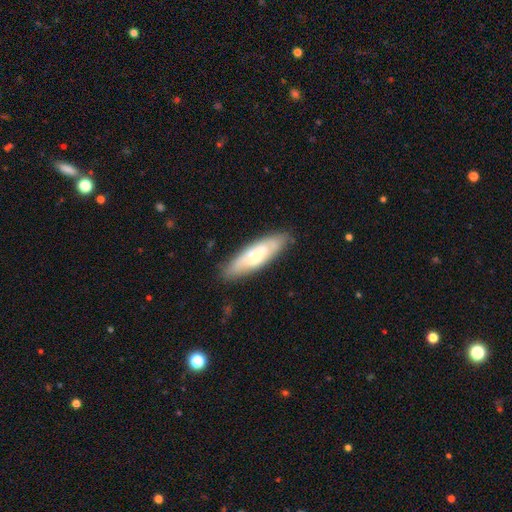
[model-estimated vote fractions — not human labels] A smooth galaxy with no disk features (50%).

Vote fractions:
- Smooth or featured? smooth: 50% / featured or disk: 44% / star or artifact: 6%
- Merging? none: 79% / minor disturbance: 15% / major disturbance: 3% / merger: 2%